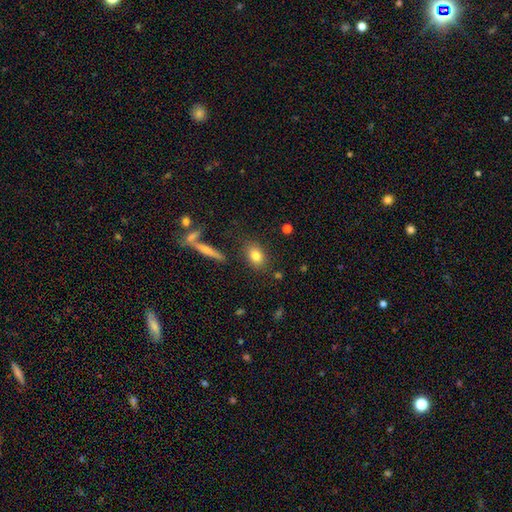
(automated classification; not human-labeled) A smooth galaxy with no disk features (79%) that is in between round and cigar-shaped (66%).

Vote fractions:
- Smooth or featured? smooth: 79% / featured or disk: 11% / star or artifact: 10%
- How rounded? in between: 66% / round: 30% / cigar-shaped: 3%
- Merging? none: 82% / minor disturbance: 10% / merger: 4% / major disturbance: 3%